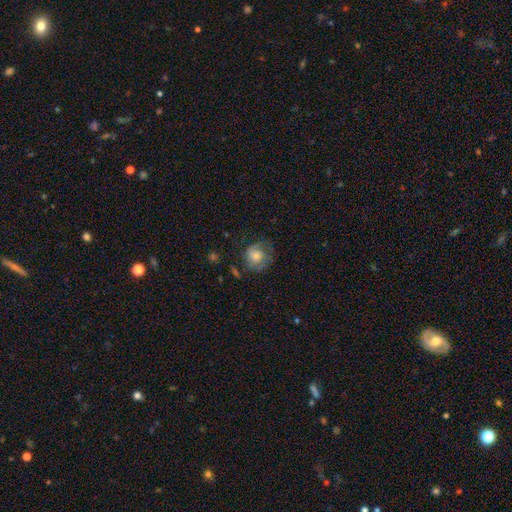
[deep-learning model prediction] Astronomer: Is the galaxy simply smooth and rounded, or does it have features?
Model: smooth — 49% (runner-up: featured or disk, 41%).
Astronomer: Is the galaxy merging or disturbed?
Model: none — 58%.